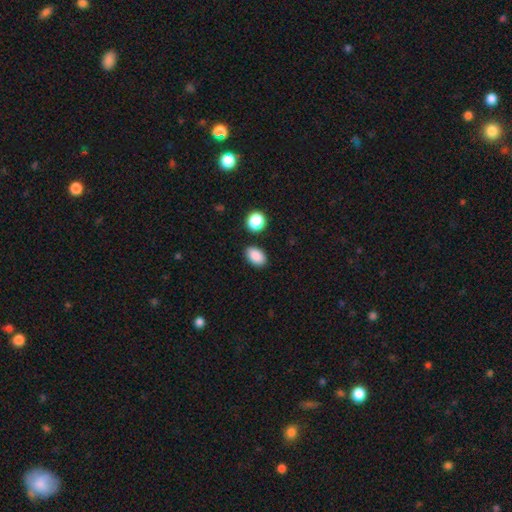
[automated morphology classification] Smooth or featured?
  - smooth: 88% *
  - star or artifact: 8%
  - featured or disk: 4%
How rounded?
  - in between: 88% *
  - round: 11%
  - cigar-shaped: 1%
Merging?
  - none: 85% *
  - minor disturbance: 9%
  - merger: 3%
  - major disturbance: 2%